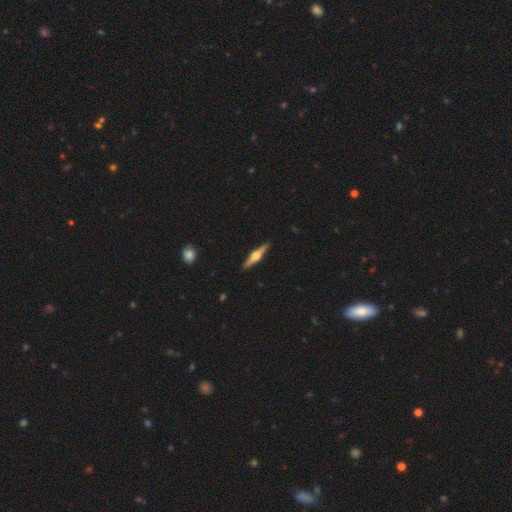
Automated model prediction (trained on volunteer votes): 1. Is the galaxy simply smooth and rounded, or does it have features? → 77% featured or disk, 18% smooth, 5% star or artifact.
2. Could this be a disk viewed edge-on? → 98% yes, 2% no.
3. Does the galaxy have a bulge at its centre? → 94% rounded, 4% boxy, 2% none.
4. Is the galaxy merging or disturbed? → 92% none, 6% minor disturbance, 1% major disturbance, 1% merger.